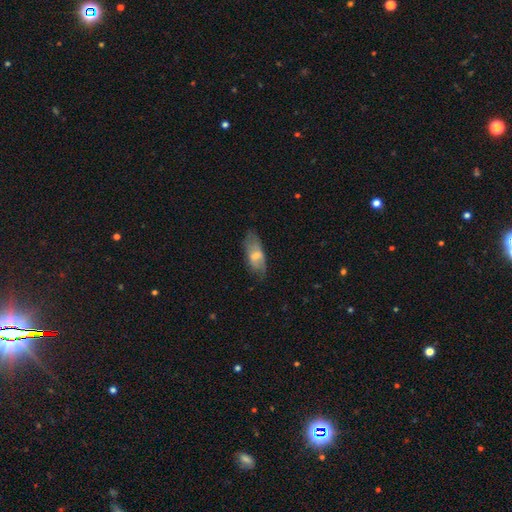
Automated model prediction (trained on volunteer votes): The model was most divided on "smooth or featured": smooth: 54%, featured or disk: 38%, star or artifact: 8%. More confident: how rounded — in between (77%); merging — none (66%).